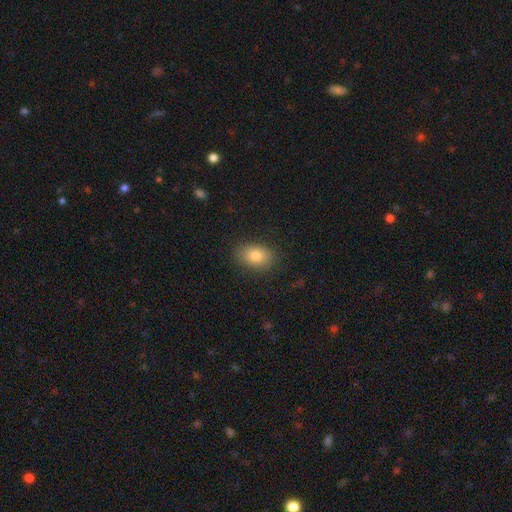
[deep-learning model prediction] Q: Smooth or featured?
A: smooth (80%); runner-up: featured or disk (11%)
Q: How rounded?
A: in between (73%); runner-up: round (26%)
Q: Merging?
A: none (84%); runner-up: minor disturbance (12%)